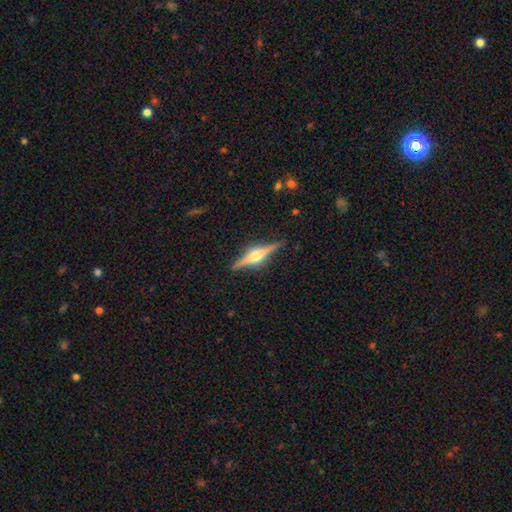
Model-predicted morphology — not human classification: smooth_or_featured: featured or disk (p=0.78) [alt: smooth p=0.16]
disk_edge_on: yes (p=0.98) [alt: no p=0.02]
edge_on_bulge: rounded (p=0.89) [alt: boxy p=0.08]
merging: none (p=0.89) [alt: minor disturbance p=0.08]